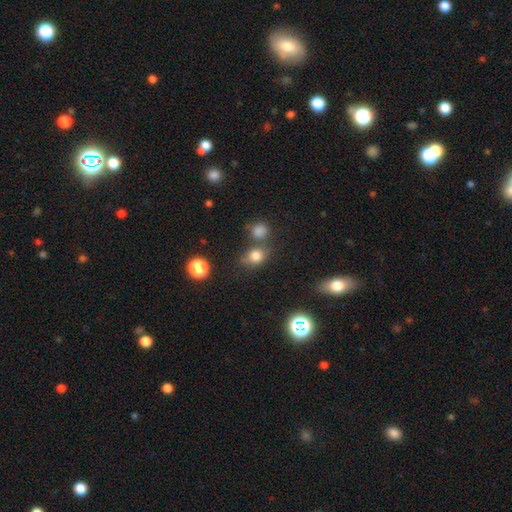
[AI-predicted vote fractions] A smooth galaxy with no disk features (78%) that is round (57%). Merging: none (58%).